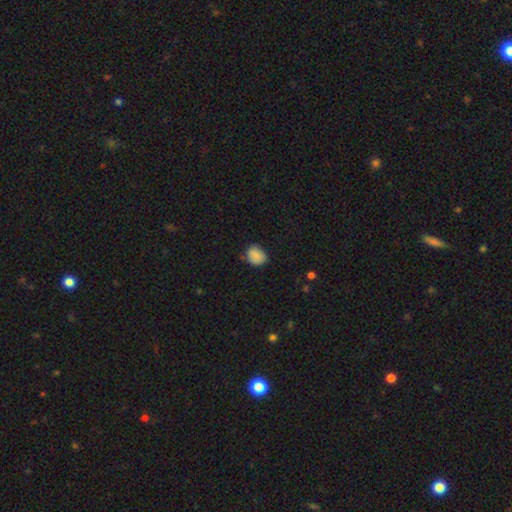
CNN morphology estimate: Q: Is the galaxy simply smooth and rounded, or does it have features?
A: smooth — 84%.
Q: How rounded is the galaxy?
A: round — 59%.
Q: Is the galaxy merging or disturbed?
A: none — 67%.